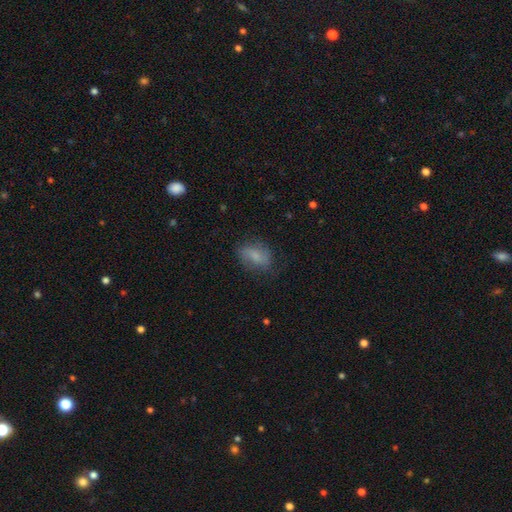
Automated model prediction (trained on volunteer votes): smooth 67%, featured or disk 24%, star or artifact 9%. Down the decision tree: how rounded — in between (80%); merging — none (65%).